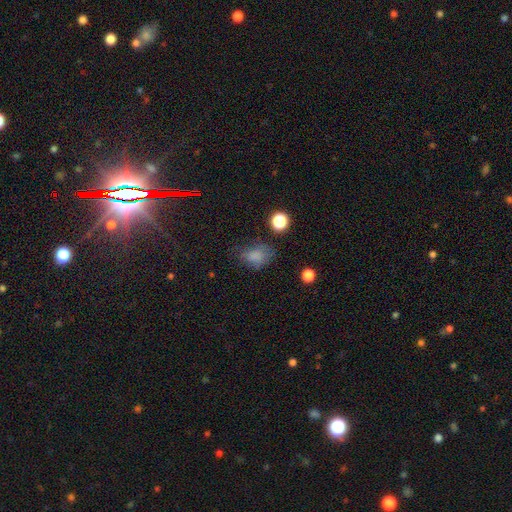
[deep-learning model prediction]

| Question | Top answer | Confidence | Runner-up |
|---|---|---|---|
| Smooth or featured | smooth | 75% | star or artifact (15%) |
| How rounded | in between | 69% | round (30%) |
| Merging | none | 55% | minor disturbance (27%) |